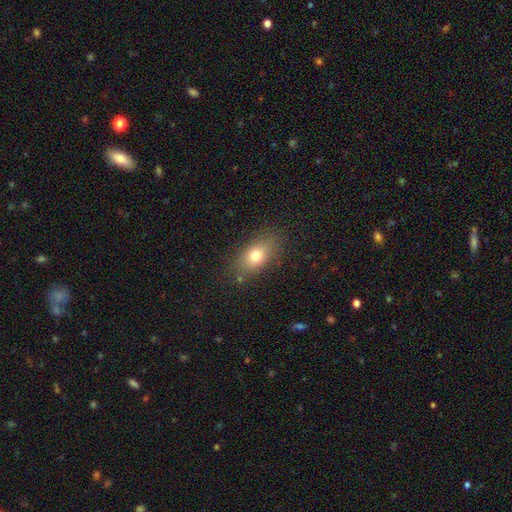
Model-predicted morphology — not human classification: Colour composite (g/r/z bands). It shows a smooth galaxy with no disk features (75%) that is in between round and cigar-shaped (81%). Merging: none (80%).